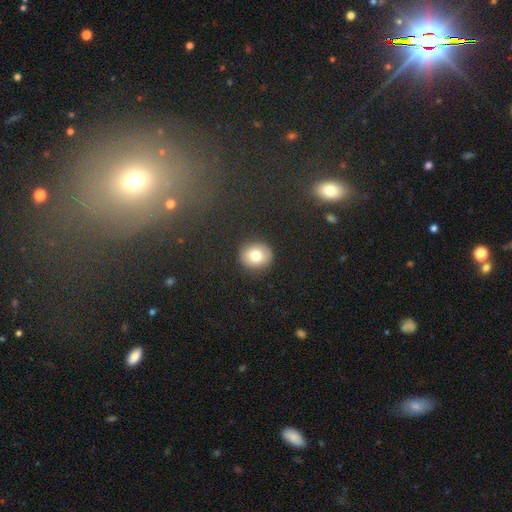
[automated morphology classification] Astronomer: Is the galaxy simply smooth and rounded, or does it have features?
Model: smooth — 77%.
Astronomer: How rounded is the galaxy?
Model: round — 80%.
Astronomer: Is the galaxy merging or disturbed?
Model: none — 89%.